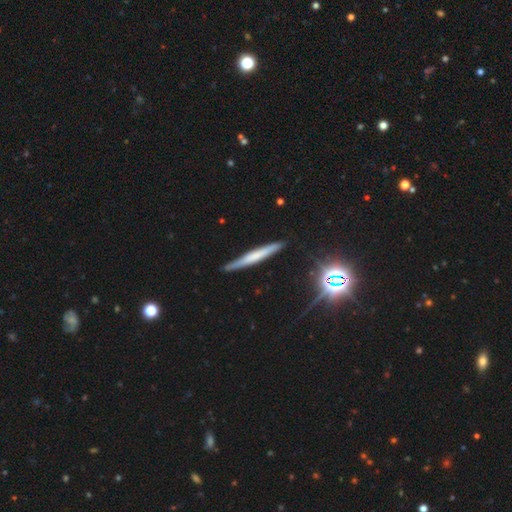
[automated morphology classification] This is possibly a smooth galaxy (46%). Merging: clearly none (86%).